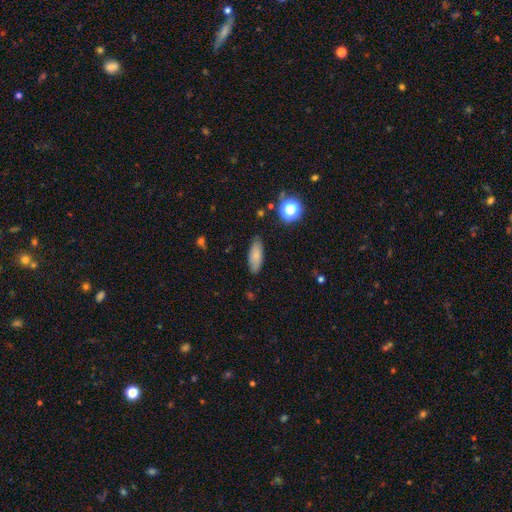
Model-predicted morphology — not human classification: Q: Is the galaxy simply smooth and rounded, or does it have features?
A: smooth — 81%.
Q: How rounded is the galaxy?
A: in between — 73%.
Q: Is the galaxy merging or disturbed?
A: none — 85%.